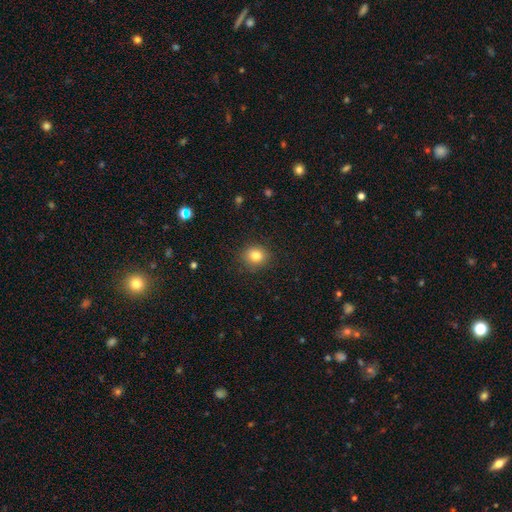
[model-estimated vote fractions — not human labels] A smooth galaxy with no disk features (81%) that is round (76%).

Vote fractions:
- Smooth or featured? smooth: 81% / star or artifact: 12% / featured or disk: 7%
- How rounded? round: 76% / in between: 23% / cigar-shaped: 1%
- Merging? none: 88% / minor disturbance: 8% / major disturbance: 2% / merger: 1%